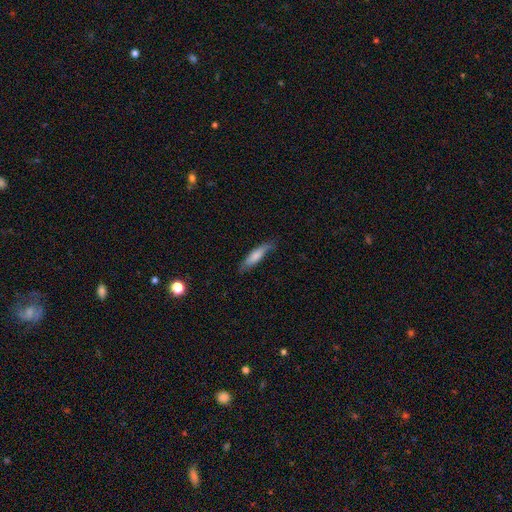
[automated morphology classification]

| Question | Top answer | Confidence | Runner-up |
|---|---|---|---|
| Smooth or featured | smooth | 73% | featured or disk (21%) |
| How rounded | cigar-shaped | 68% | in between (31%) |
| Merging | none | 71% | minor disturbance (22%) |